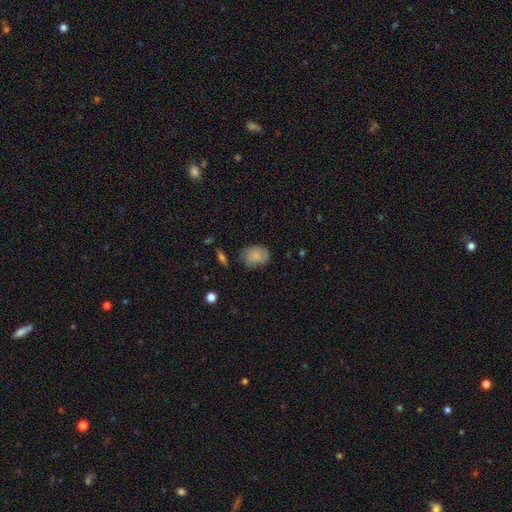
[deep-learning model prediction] smooth 80%, featured or disk 12%, star or artifact 8%. Down the decision tree: how rounded — in between (60%); merging — none (65%).